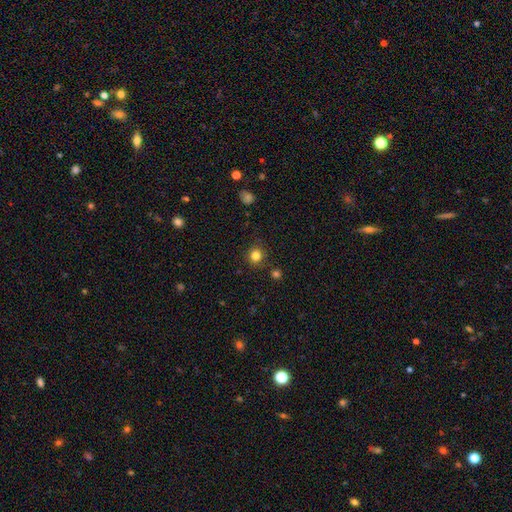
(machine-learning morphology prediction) A smooth galaxy with no disk features (82%) that is round (91%). Merging: none (88%).